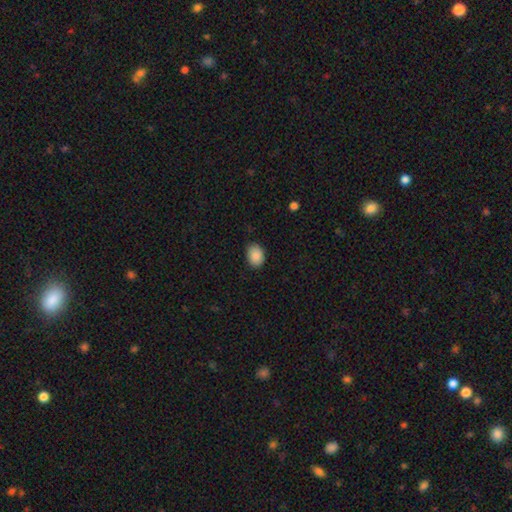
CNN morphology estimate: smooth_or_featured: smooth (p=0.89) [alt: star or artifact p=0.08]
how_rounded: in between (p=0.75) [alt: round p=0.24]
merging: none (p=0.85) [alt: minor disturbance p=0.12]